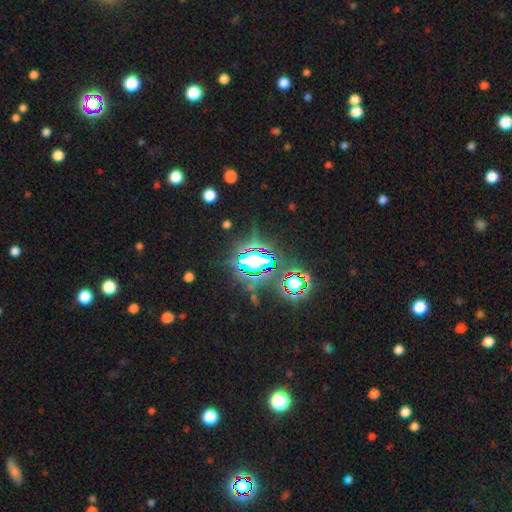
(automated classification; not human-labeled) The model was most divided on "smooth or featured": star or artifact: 80%, smooth: 12%, featured or disk: 9%.